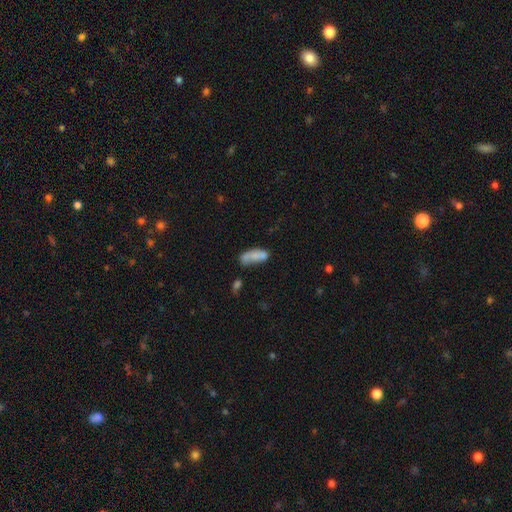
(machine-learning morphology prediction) Smooth or featured? smooth (68%)
How rounded? in between (74%)
Merging? merger (33%)